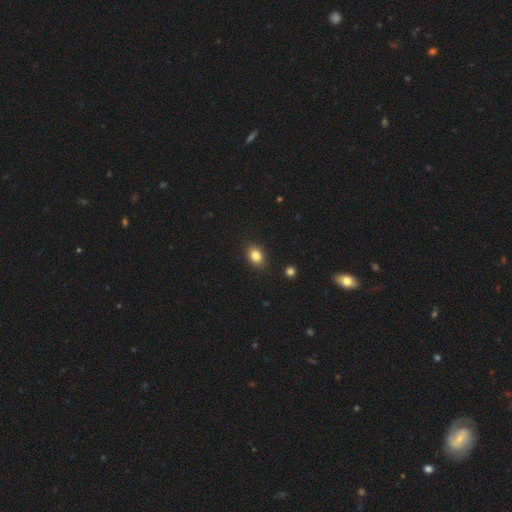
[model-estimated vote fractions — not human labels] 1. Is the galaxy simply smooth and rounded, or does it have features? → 84% smooth, 10% star or artifact, 6% featured or disk.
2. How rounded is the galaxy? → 72% in between, 27% round, 1% cigar-shaped.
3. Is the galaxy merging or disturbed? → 89% none, 8% minor disturbance, 2% major disturbance, 1% merger.